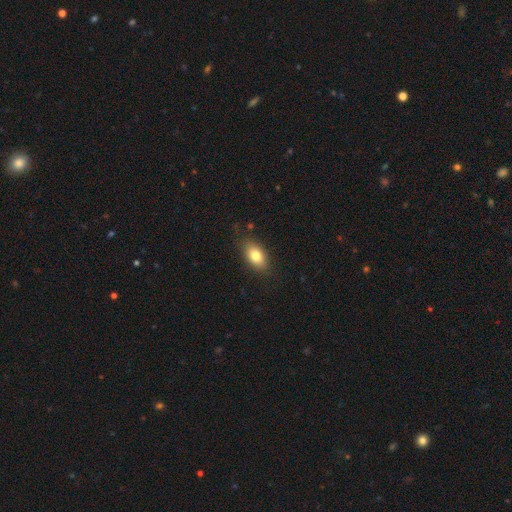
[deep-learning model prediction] smooth-or-featured: smooth: 79% | featured or disk: 13% | star or artifact: 8%
  how-rounded: in between: 88% | round: 9% | cigar-shaped: 3%
  merging: none: 82% | minor disturbance: 13% | major disturbance: 3% | merger: 1%